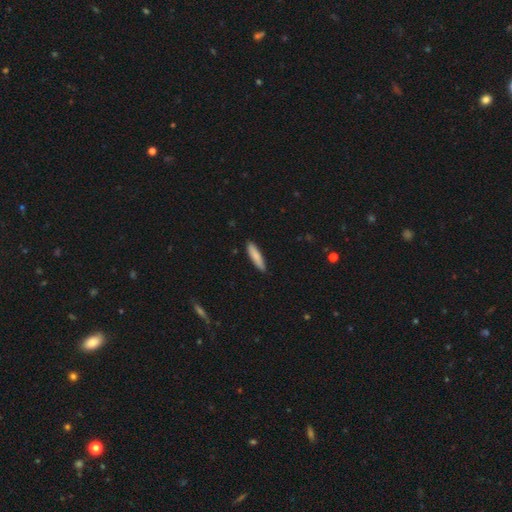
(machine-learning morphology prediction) This is clearly a smooth galaxy (84%). How rounded: likely cigar-shaped (76%). Merging: clearly none (87%).